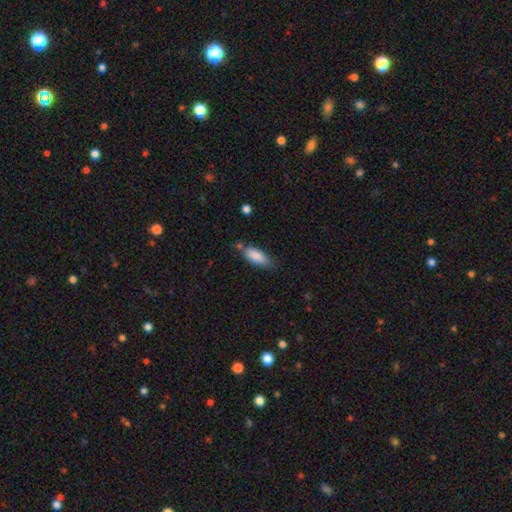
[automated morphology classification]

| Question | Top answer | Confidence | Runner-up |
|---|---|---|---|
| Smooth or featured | smooth | 87% | featured or disk (6%) |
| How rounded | in between | 79% | cigar-shaped (19%) |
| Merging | none | 62% | minor disturbance (26%) |